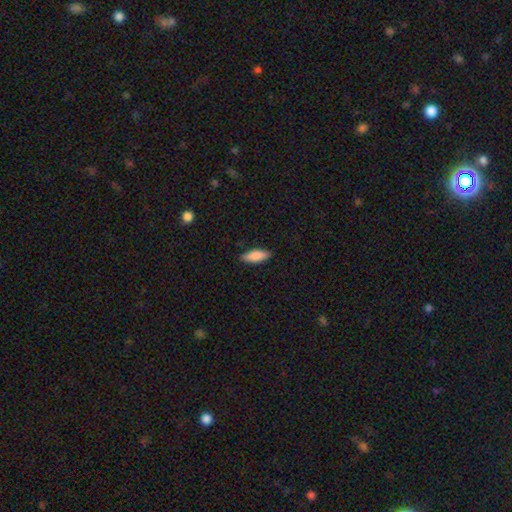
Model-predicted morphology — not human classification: Smooth or featured? smooth (85%)
How rounded? in between (66%)
Merging? none (86%)